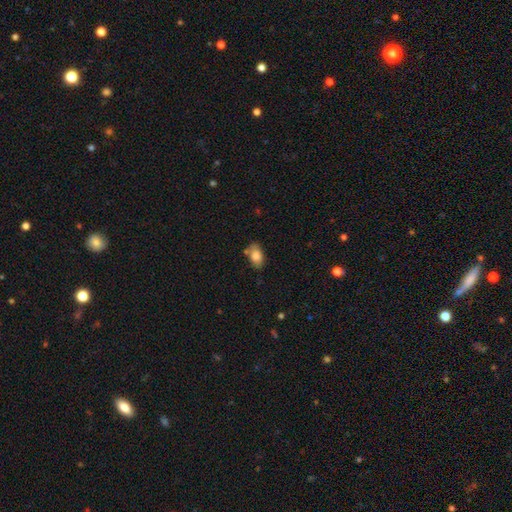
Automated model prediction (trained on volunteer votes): A smooth galaxy with no disk features (80%) that is in between round and cigar-shaped (90%). Merging: none (66%).